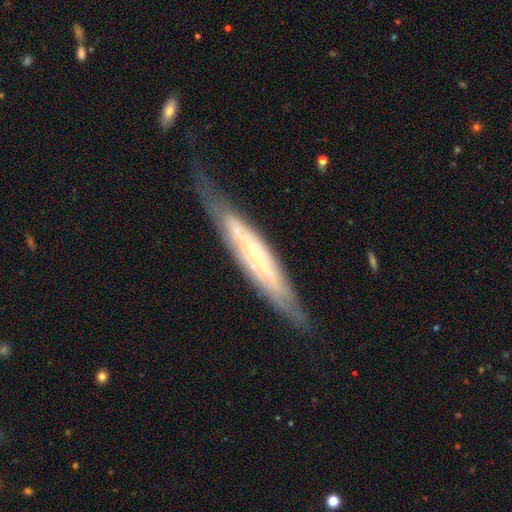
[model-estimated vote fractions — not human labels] A featured or disk galaxy (70%) viewed edge-on (69%).

Vote fractions:
- Smooth or featured? featured or disk: 70% / smooth: 24% / star or artifact: 6%
- Edge-on disk? yes: 69% / no: 31%
- Merging? none: 67% / minor disturbance: 22% / major disturbance: 8% / merger: 2%